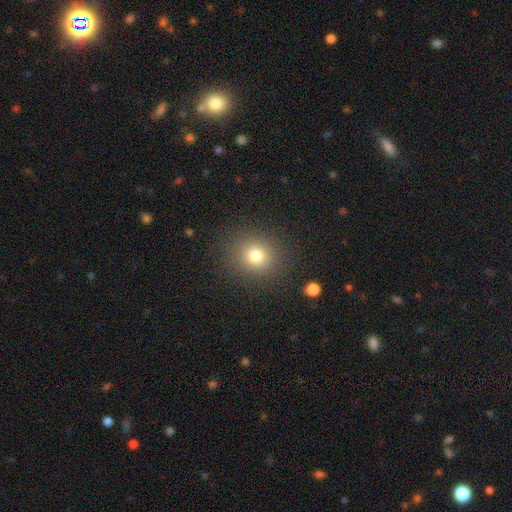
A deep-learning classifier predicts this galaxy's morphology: A smooth galaxy with no disk features (77%) that is round (81%). Merging: none (86%).